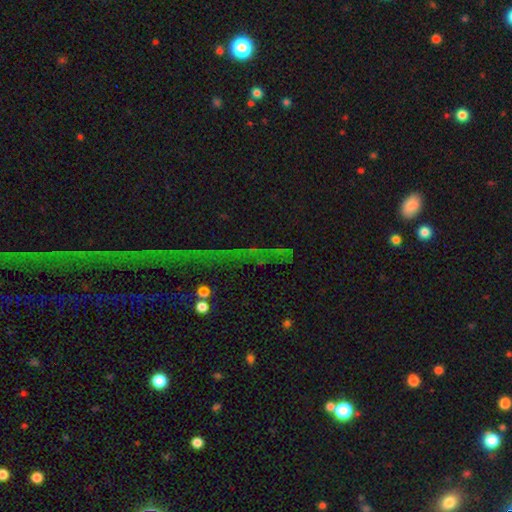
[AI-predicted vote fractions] Q: Smooth or featured?
A: star or artifact (78%); runner-up: smooth (11%)